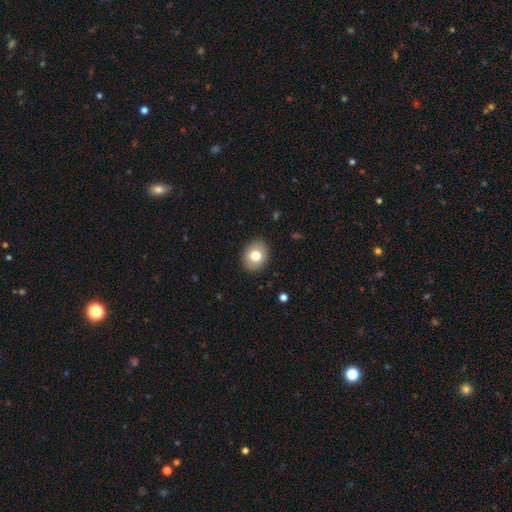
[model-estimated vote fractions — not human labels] This appears to be a smooth galaxy with no disk features (77%) that is in between round and cigar-shaped (54%). Merging: none (89%).